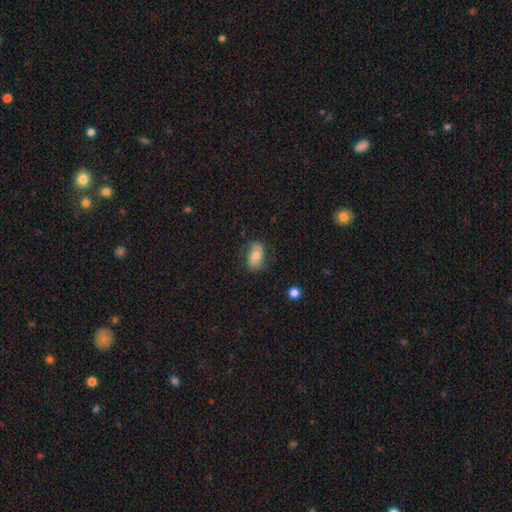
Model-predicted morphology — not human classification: This appears to be a smooth galaxy with no disk features (61%) that is in between round and cigar-shaped (86%). Merging: none (68%).